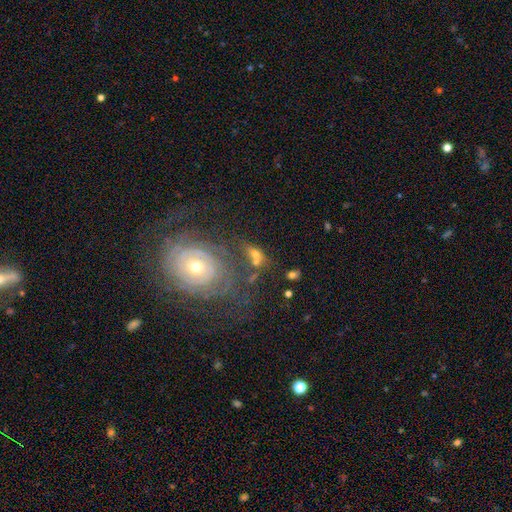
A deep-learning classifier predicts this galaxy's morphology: This is possibly a smooth galaxy (48%). Merging: possibly none (48%).